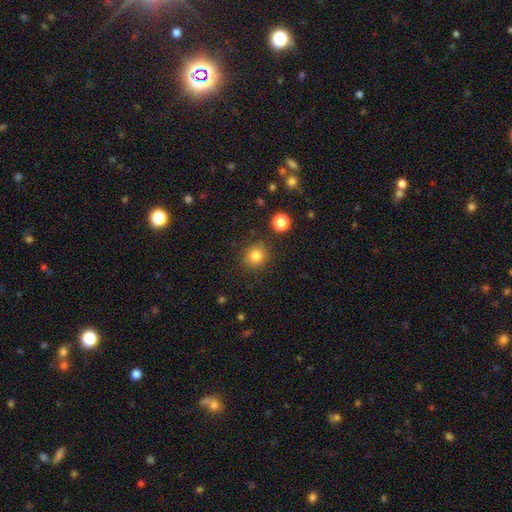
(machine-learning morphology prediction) type=smooth (83%); roundness=round (86%); merging=none (87%).